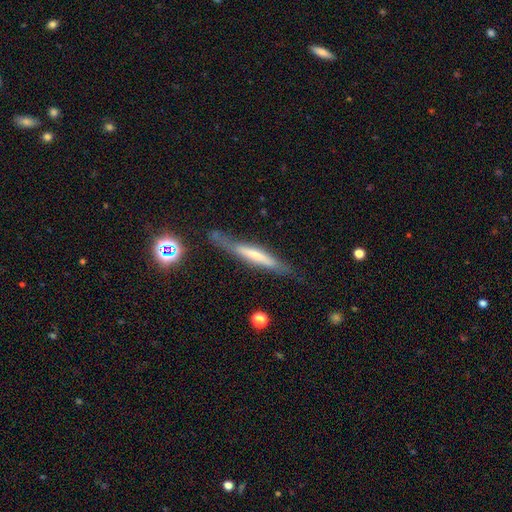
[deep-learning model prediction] smooth_or_featured: featured or disk (p=0.53) [alt: smooth p=0.40]
disk_edge_on: yes (p=0.86) [alt: no p=0.14]
merging: none (p=0.71) [alt: minor disturbance p=0.20]